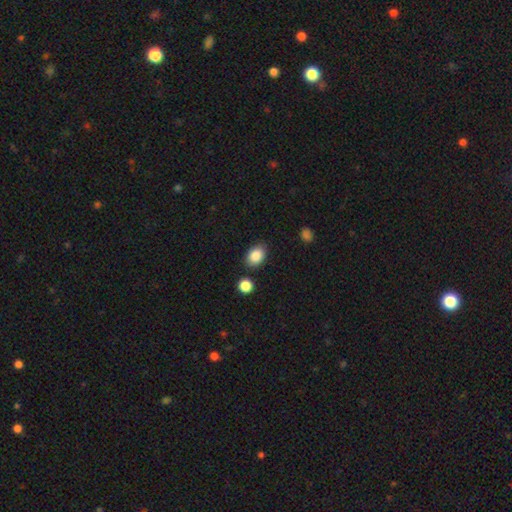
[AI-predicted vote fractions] Q: Smooth or featured?
A: smooth (87%); runner-up: star or artifact (8%)
Q: How rounded?
A: in between (78%); runner-up: round (21%)
Q: Merging?
A: none (82%); runner-up: minor disturbance (11%)